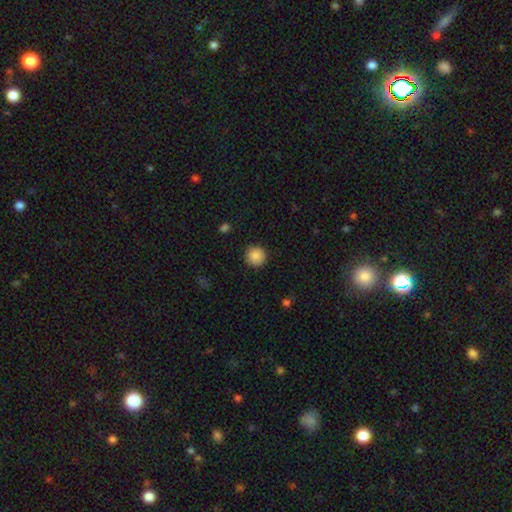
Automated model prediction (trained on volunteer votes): A smooth galaxy with no disk features (88%) that is round (95%).

Vote fractions:
- Smooth or featured? smooth: 88% / star or artifact: 8% / featured or disk: 4%
- How rounded? round: 95% / in between: 4% / cigar-shaped: 1%
- Merging? none: 92% / minor disturbance: 6% / major disturbance: 2% / merger: 1%